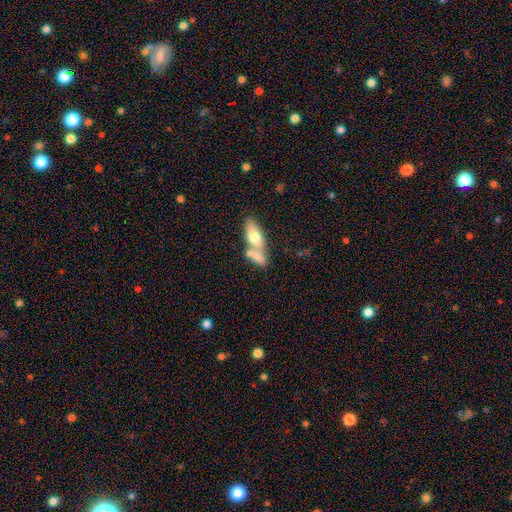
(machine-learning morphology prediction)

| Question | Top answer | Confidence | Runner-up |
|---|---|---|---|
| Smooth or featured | smooth | 64% | featured or disk (30%) |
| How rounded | in between | 71% | cigar-shaped (23%) |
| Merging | merger | 58% | none (27%) |